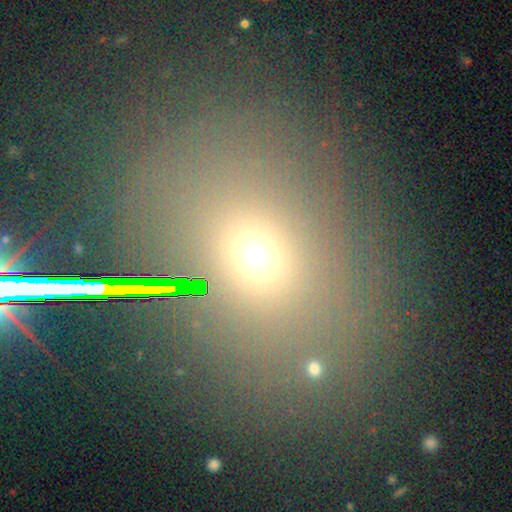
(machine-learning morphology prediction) A smooth galaxy with no disk features (65%) that is in between round and cigar-shaped (55%). Merging: none (73%).